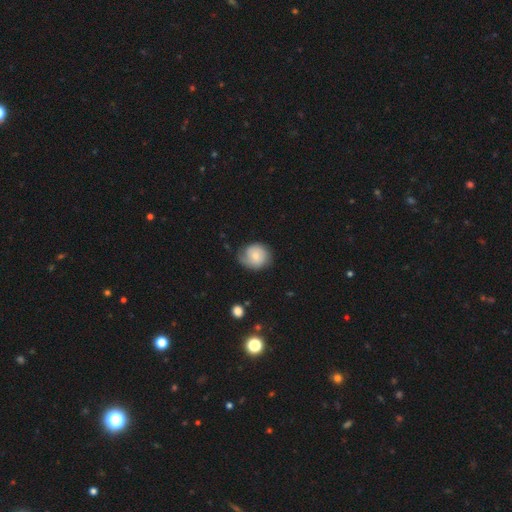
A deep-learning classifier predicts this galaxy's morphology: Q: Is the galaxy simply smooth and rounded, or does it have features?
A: smooth — 50%.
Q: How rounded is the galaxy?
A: round — 75%.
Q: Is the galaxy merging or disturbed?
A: none — 59%.